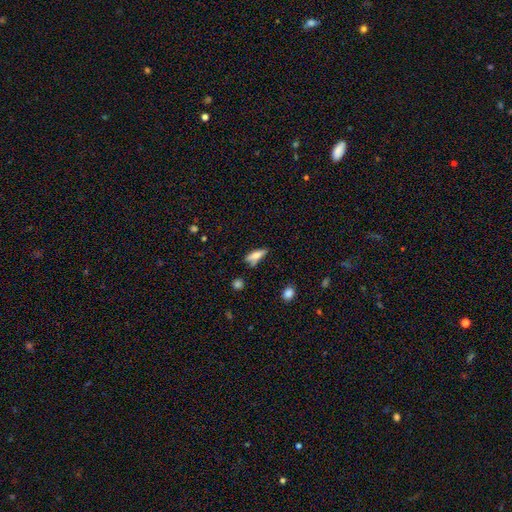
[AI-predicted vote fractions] Smooth or featured: smooth — 63% (featured or disk — 29%)
How rounded: cigar-shaped — 50% (in between — 46%)
Merging: none — 62% (minor disturbance — 21%)